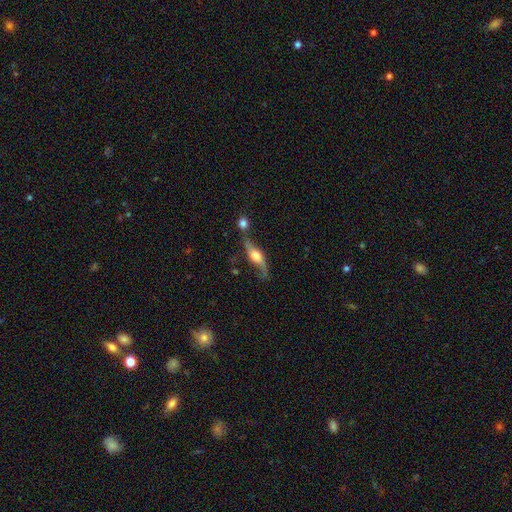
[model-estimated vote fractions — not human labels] smooth_or_featured: featured or disk (p=0.71) [alt: smooth p=0.22]
disk_edge_on: no (p=0.53) [alt: yes p=0.47]
merging: none (p=0.47) [alt: merger p=0.21]